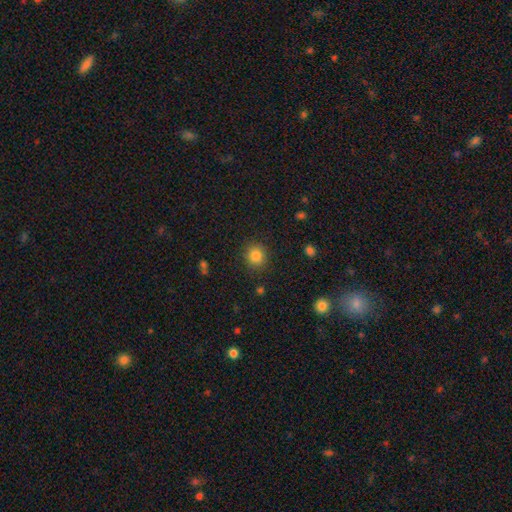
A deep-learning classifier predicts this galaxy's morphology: The model was most divided on "smooth or featured": smooth: 84%, star or artifact: 11%, featured or disk: 5%. More confident: merging — none (88%); how rounded — round (87%).